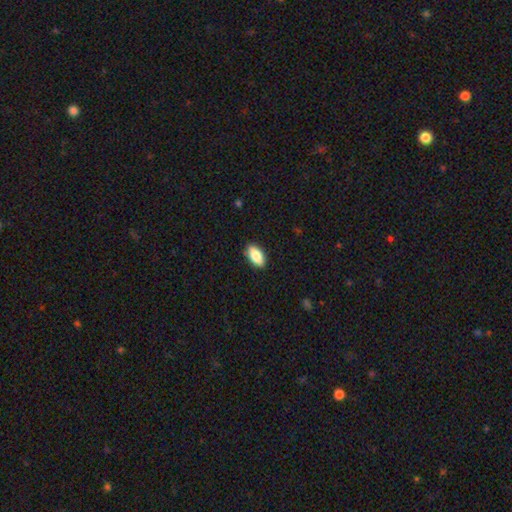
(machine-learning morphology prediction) This is clearly a smooth galaxy (84%). How rounded: clearly in between (89%). Merging: clearly none (87%).